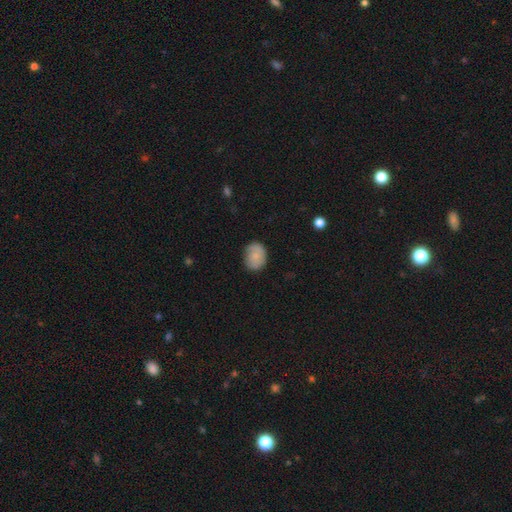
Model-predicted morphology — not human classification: smooth 77%, featured or disk 16%, star or artifact 7%. Down the decision tree: how rounded — in between (52%); merging — none (75%).